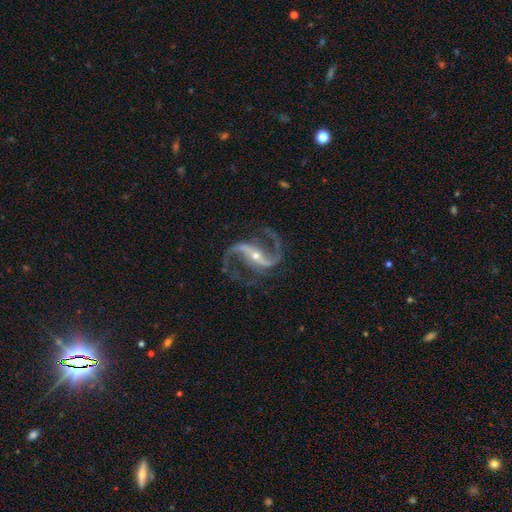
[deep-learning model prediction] This appears to be a featured or disk galaxy (93%) with a strong bar (58%), 2 (94%) loose (52%) spiral arms (98%) and a small central bulge (64%). Merging: none (77%).